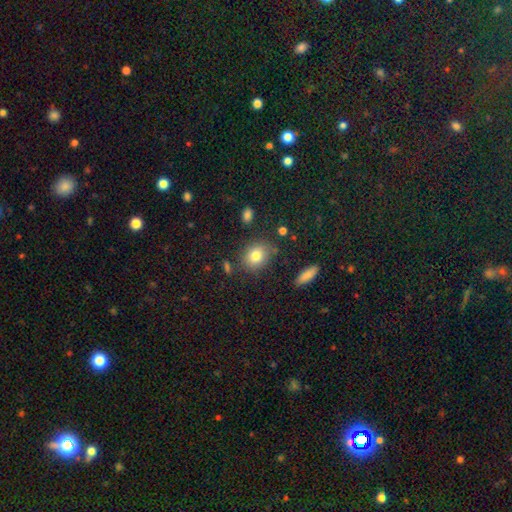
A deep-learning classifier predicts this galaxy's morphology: smooth 80%, star or artifact 10%, featured or disk 10%. Down the decision tree: how rounded — round (56%); merging — none (81%).